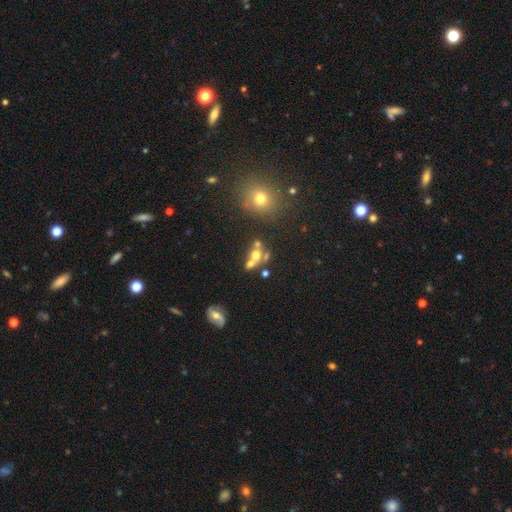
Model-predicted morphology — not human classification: smooth-or-featured: smooth: 51% | featured or disk: 32% | star or artifact: 17%
  how-rounded: round: 49% | in between: 46% | cigar-shaped: 5%
  merging: merger: 51% | none: 32% | minor disturbance: 10% | major disturbance: 7%